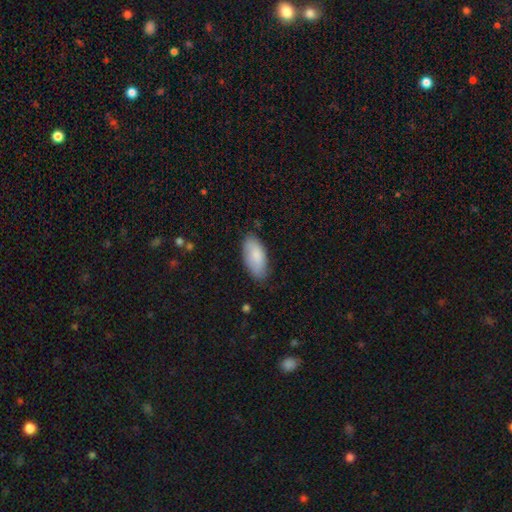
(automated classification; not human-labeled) This appears to be a smooth galaxy with no disk features (83%) that is in between round and cigar-shaped (92%). Merging: none (77%).